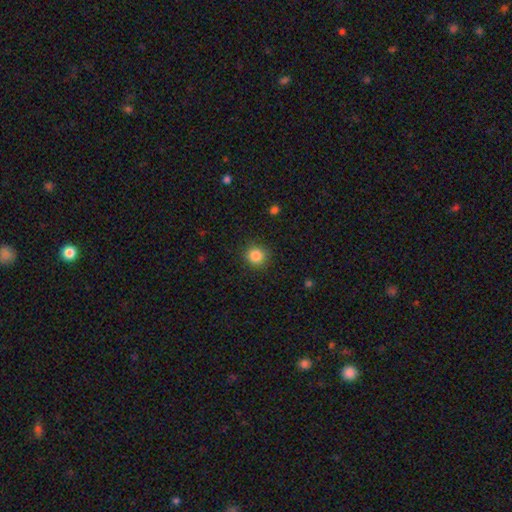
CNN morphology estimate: smooth-or-featured: smooth: 86% | star or artifact: 11% | featured or disk: 4%
  how-rounded: round: 92% | in between: 7% | cigar-shaped: 1%
  merging: none: 90% | minor disturbance: 7% | major disturbance: 2% | merger: 1%